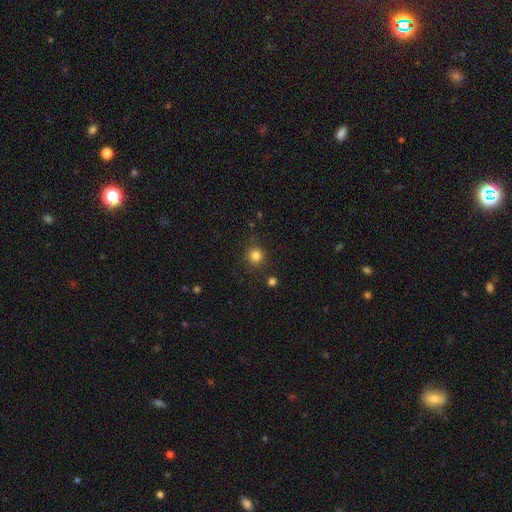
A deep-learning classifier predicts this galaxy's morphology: smooth_or_featured: smooth (p=0.83) [alt: star or artifact p=0.13]
how_rounded: round (p=0.93) [alt: in between p=0.06]
merging: none (p=0.87) [alt: minor disturbance p=0.08]